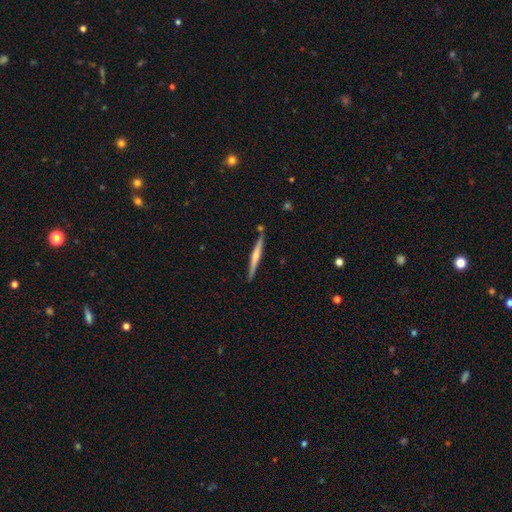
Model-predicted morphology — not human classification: A featured or disk galaxy (58%) viewed edge-on (98%) with a rounded central bulge (64%).

Vote fractions:
- Smooth or featured? featured or disk: 58% / smooth: 37% / star or artifact: 5%
- Edge-on disk? yes: 98% / no: 2%
- Edge-on bulge? rounded: 64% / none: 27% / boxy: 9%
- Merging? none: 85% / minor disturbance: 9% / merger: 4% / major disturbance: 2%